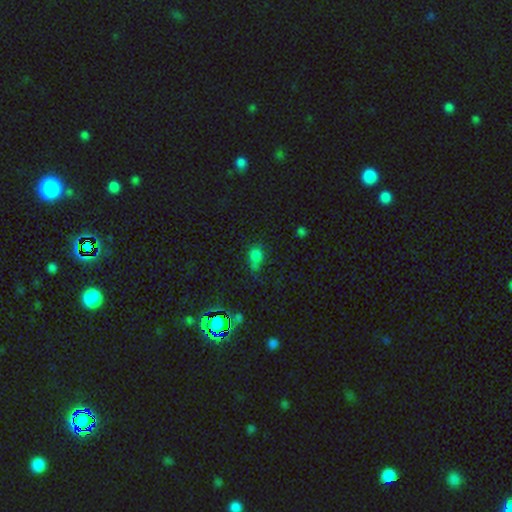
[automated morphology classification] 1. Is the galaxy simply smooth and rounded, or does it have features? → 65% smooth, 26% star or artifact, 8% featured or disk.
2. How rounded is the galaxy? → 50% in between, 46% round, 4% cigar-shaped.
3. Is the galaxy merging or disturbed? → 46% none, 28% minor disturbance, 18% major disturbance, 8% merger.